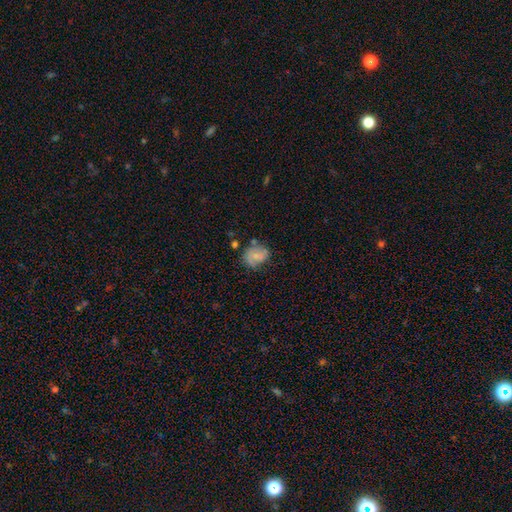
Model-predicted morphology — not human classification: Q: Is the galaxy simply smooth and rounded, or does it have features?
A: smooth — 65%.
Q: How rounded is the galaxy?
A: round — 51%.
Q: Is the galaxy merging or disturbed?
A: none — 56%.